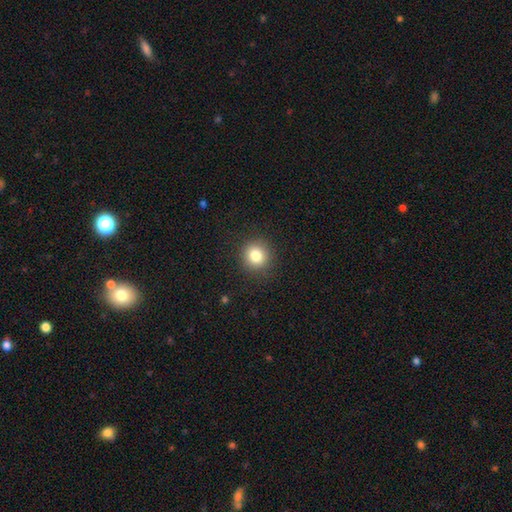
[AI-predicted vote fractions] The model was most divided on "smooth or featured": smooth: 82%, star or artifact: 11%, featured or disk: 7%. More confident: how rounded — round (90%); merging — none (90%).